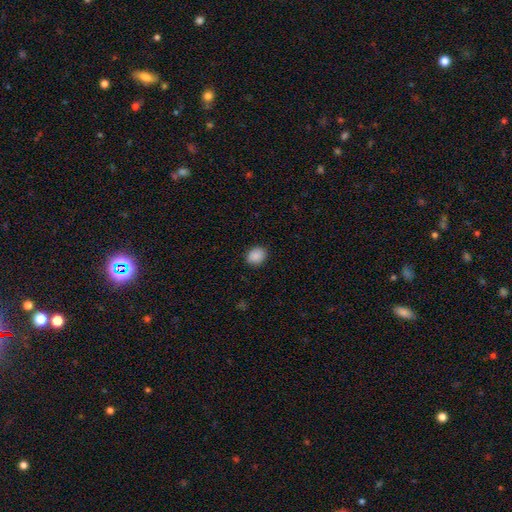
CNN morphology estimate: The model was most divided on "how rounded": round: 62%, in between: 37%, cigar-shaped: 1%. More confident: smooth or featured — smooth (89%); merging — none (88%).